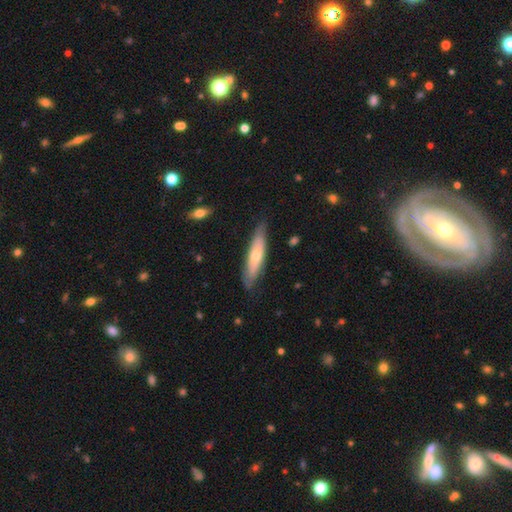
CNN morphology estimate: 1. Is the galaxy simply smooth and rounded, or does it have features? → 50% smooth, 44% featured or disk, 6% star or artifact.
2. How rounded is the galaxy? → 74% cigar-shaped, 24% in between, 2% round.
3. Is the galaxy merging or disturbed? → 79% none, 17% minor disturbance, 3% major disturbance, 1% merger.